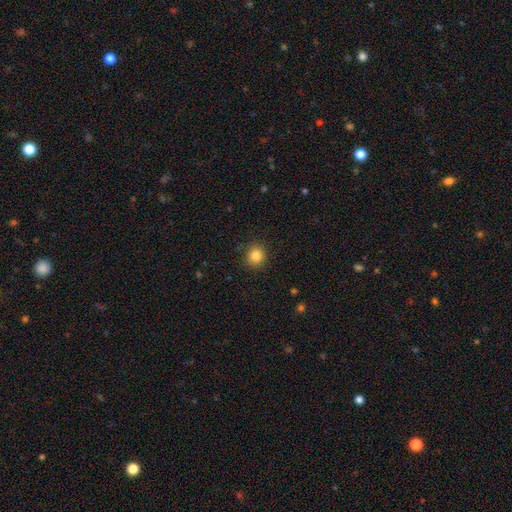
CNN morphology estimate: This is clearly a smooth galaxy (84%). How rounded: clearly round (88%). Merging: clearly none (89%).